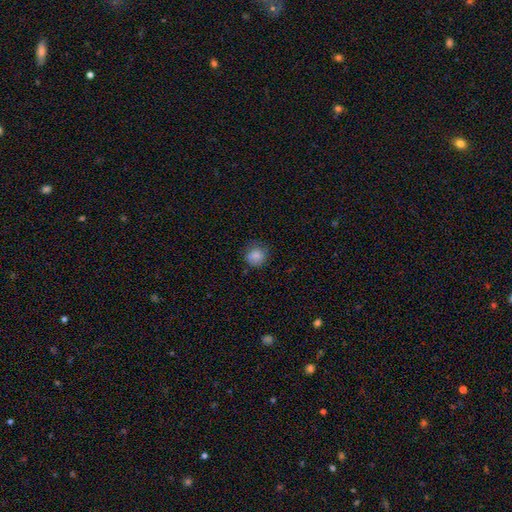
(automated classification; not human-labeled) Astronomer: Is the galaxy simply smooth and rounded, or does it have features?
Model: smooth — 85%.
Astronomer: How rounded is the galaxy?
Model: round — 86%.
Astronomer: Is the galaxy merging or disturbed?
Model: none — 75%.